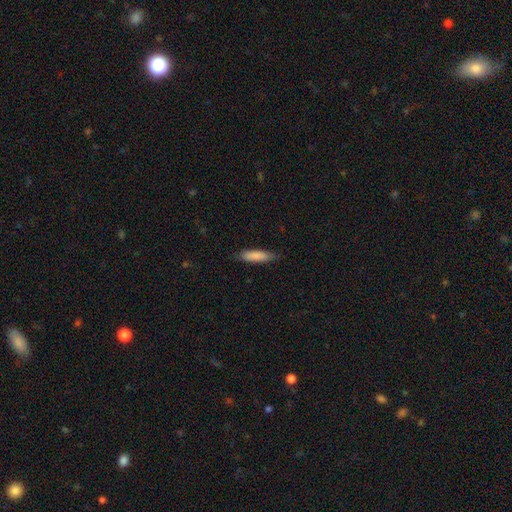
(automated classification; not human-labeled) Smooth or featured? smooth (86%)
How rounded? cigar-shaped (69%)
Merging? none (82%)